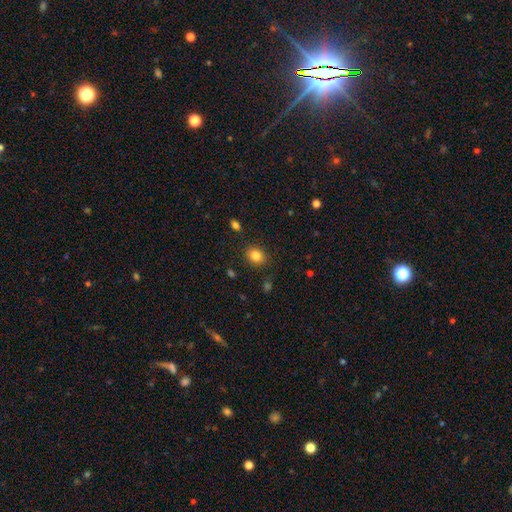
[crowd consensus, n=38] Smooth or featured? 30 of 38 (79%) said smooth. How rounded? 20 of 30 (67%) said round. Merging? 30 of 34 (88%) said none.